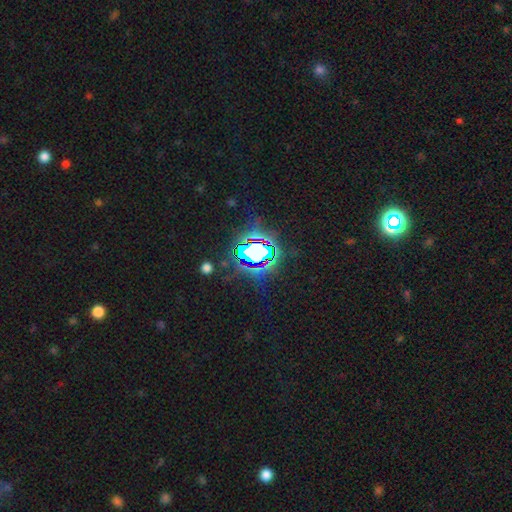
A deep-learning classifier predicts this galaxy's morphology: This is likely a star or artifact rather than a galaxy (77%).